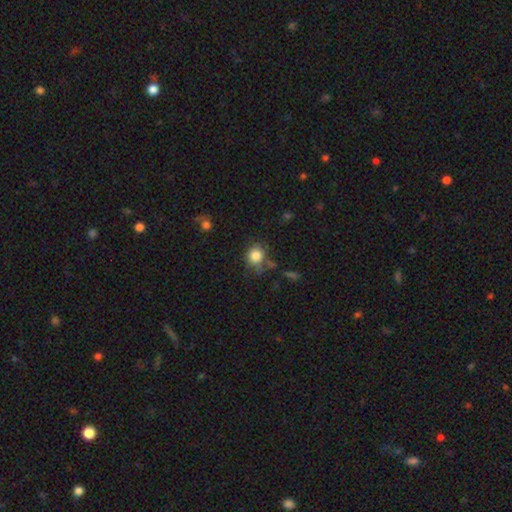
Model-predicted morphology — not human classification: smooth-or-featured: smooth: 82% | star or artifact: 11% | featured or disk: 7%
  how-rounded: round: 79% | in between: 20% | cigar-shaped: 1%
  merging: none: 66% | minor disturbance: 19% | merger: 8% | major disturbance: 7%